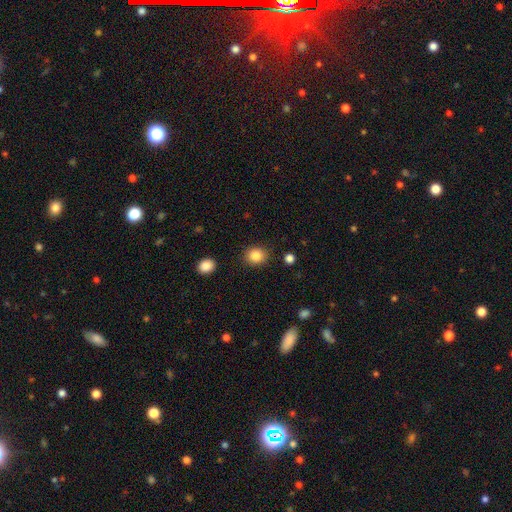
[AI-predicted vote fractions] Morphology: type=smooth (85%); roundness=round (74%); merging=none (88%).